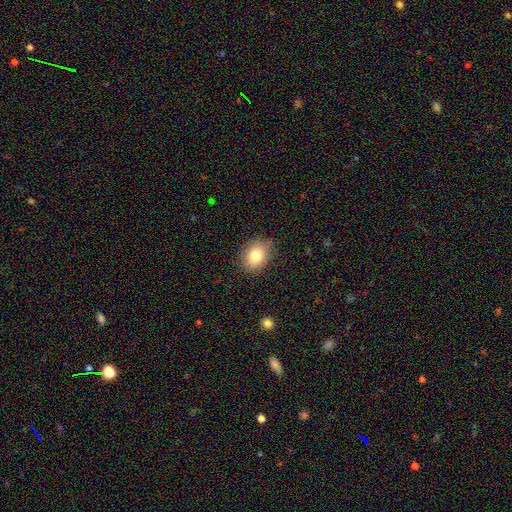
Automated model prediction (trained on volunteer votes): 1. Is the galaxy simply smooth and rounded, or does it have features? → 81% smooth, 10% featured or disk, 9% star or artifact.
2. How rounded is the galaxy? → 66% in between, 33% round, 1% cigar-shaped.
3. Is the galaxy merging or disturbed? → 83% none, 13% minor disturbance, 3% major disturbance, 1% merger.